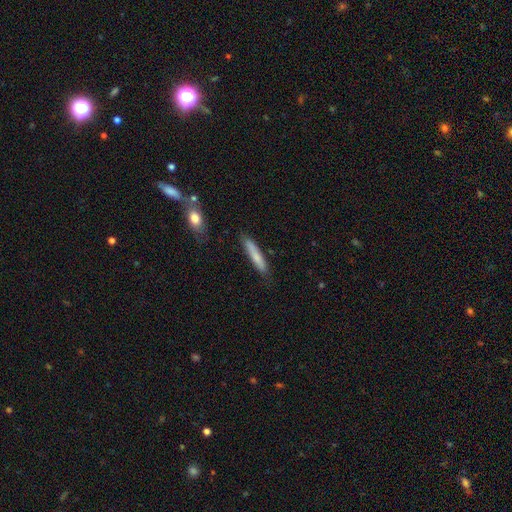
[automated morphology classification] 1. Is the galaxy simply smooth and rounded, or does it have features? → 73% smooth, 21% featured or disk, 6% star or artifact.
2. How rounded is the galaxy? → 90% cigar-shaped, 8% in between, 1% round.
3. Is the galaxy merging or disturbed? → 82% none, 13% minor disturbance, 2% major disturbance, 2% merger.